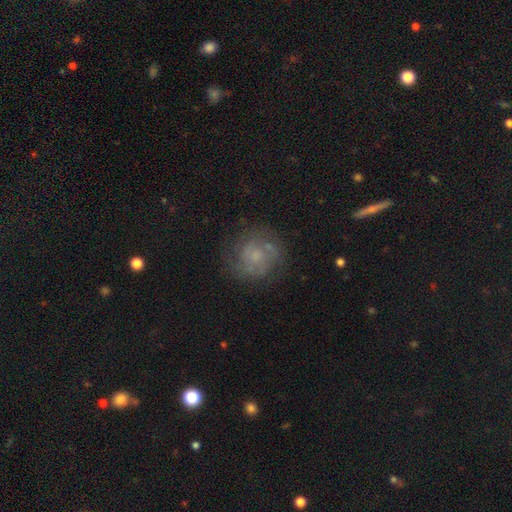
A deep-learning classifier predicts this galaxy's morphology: The model was most divided on "bulge size": small: 47%, none: 24%, moderate: 24%, large: 3%, dominant: 1%. More confident: edge-on disk — no (97%); spiral arms — yes (80%); bar — no (76%); merging — none (73%); smooth or featured — featured or disk (58%).